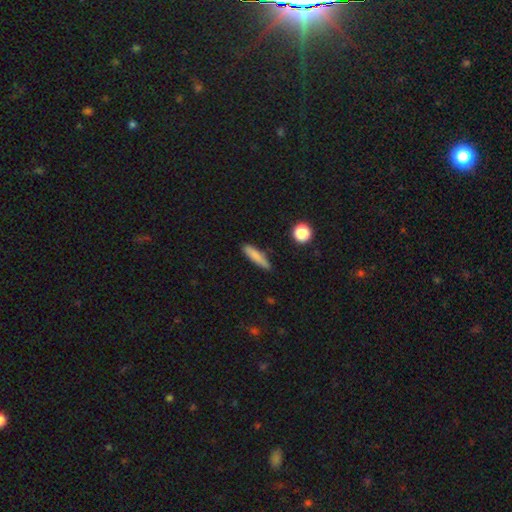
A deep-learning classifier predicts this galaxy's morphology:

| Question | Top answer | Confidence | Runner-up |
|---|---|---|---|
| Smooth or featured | smooth | 81% | featured or disk (11%) |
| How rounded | cigar-shaped | 82% | in between (16%) |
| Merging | none | 81% | minor disturbance (14%) |